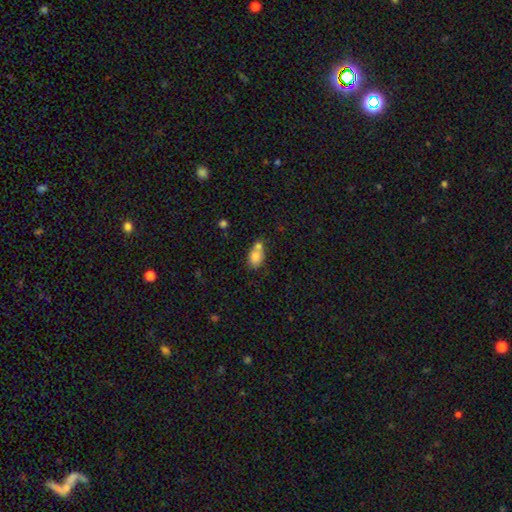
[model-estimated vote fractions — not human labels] A smooth galaxy with no disk features (77%) that is in between round and cigar-shaped (67%). Merging: merger (50%).